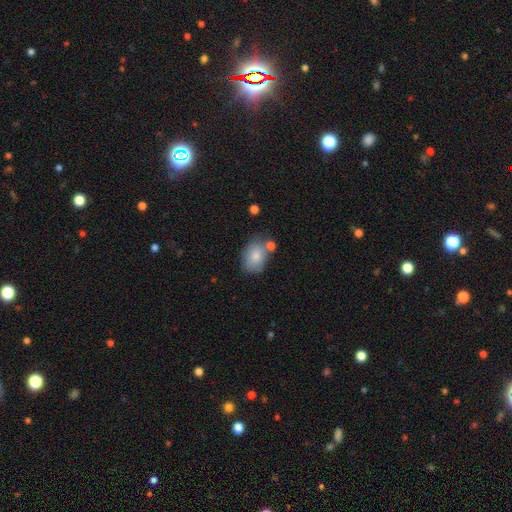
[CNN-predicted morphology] Overall: smooth (80%). How rounded: in between (78%). Merging: none (61%).